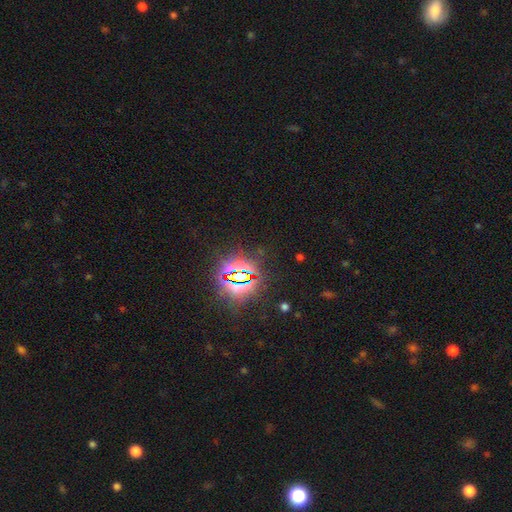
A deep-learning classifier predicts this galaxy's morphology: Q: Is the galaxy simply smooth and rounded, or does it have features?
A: star or artifact — 85%.